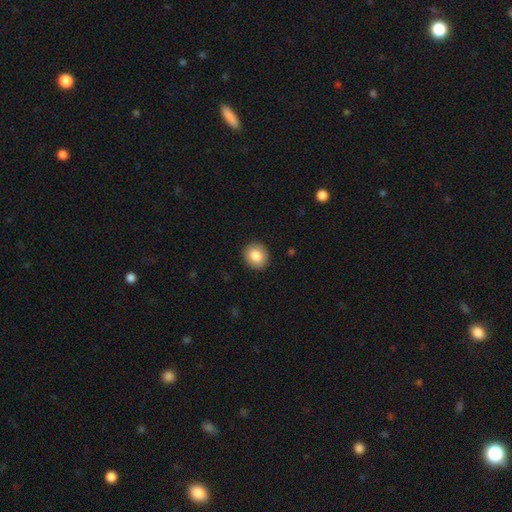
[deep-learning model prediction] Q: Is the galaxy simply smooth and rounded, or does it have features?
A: smooth — 85%.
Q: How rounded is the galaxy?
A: round — 76%.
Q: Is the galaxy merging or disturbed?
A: none — 91%.